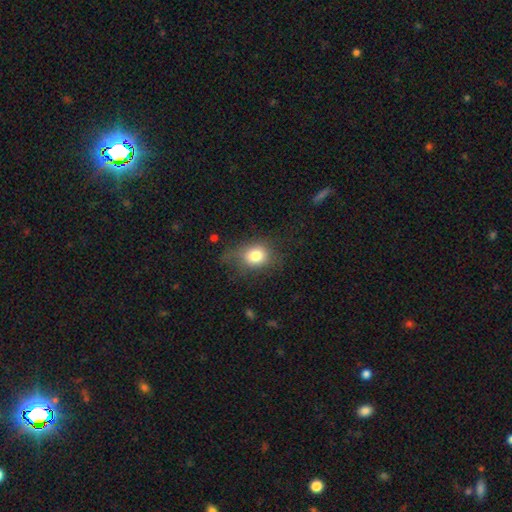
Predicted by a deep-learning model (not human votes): This is likely a smooth galaxy (78%). How rounded: possibly round (59%). Merging: possibly none (57%).